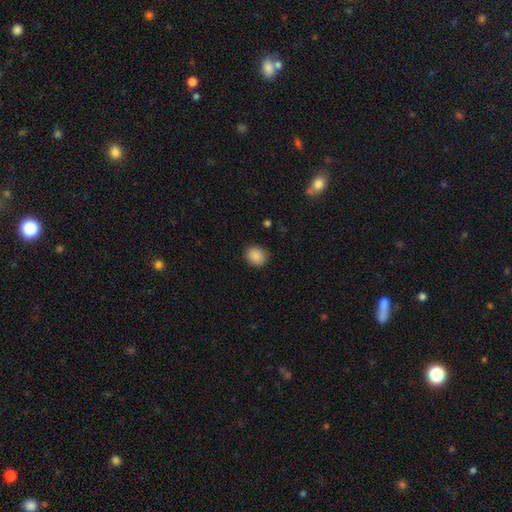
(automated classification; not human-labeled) A smooth galaxy with no disk features (89%) that is round (70%). Merging: none (87%).